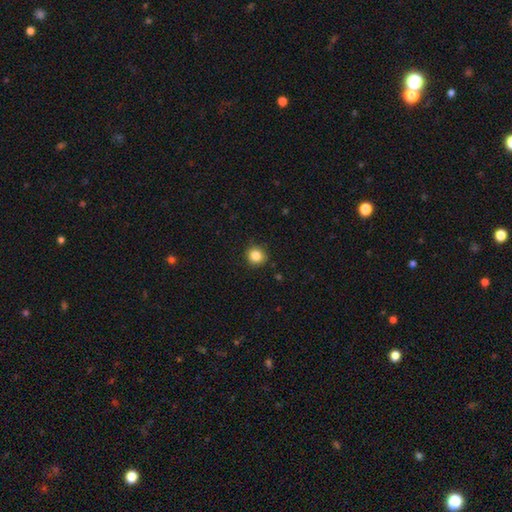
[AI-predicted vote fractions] Smooth or featured?
  - smooth: 85% *
  - star or artifact: 11%
  - featured or disk: 5%
How rounded?
  - round: 91% *
  - in between: 8%
  - cigar-shaped: 1%
Merging?
  - none: 89% *
  - minor disturbance: 8%
  - major disturbance: 2%
  - merger: 1%